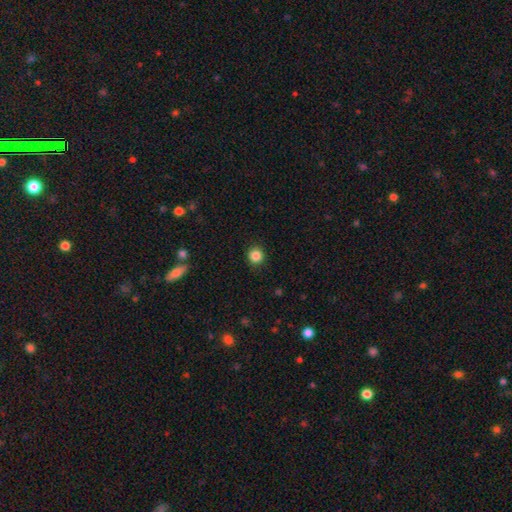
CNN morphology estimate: The model was most divided on "smooth or featured": smooth: 86%, star or artifact: 11%, featured or disk: 4%. More confident: how rounded — round (92%); merging — none (91%).